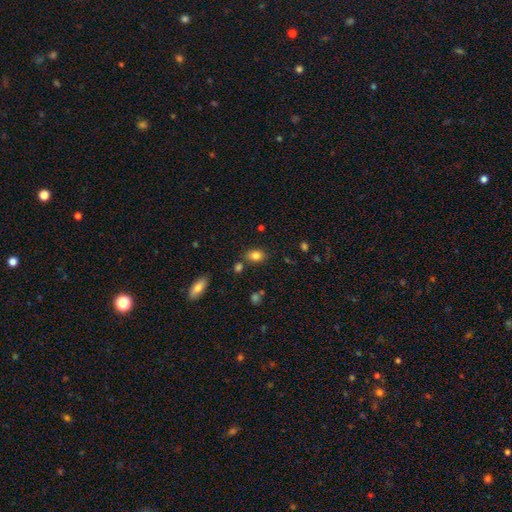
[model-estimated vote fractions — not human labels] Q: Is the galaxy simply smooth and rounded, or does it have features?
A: smooth — 82%.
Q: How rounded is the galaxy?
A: in between — 74%.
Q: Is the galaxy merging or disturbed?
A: none — 77%.